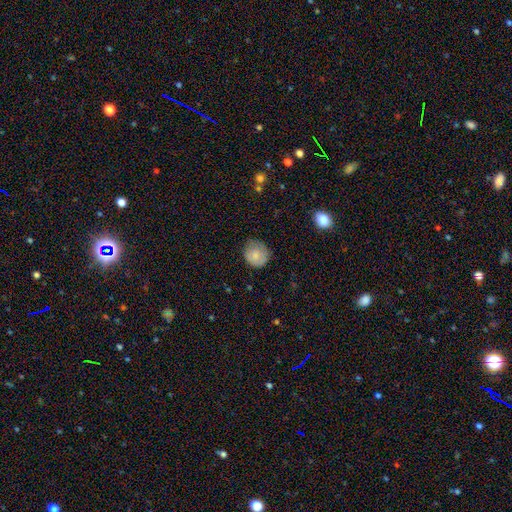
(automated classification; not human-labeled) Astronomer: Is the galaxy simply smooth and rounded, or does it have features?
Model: smooth — 77%.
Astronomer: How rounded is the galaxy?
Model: round — 83%.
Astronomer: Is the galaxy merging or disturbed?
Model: none — 68%.